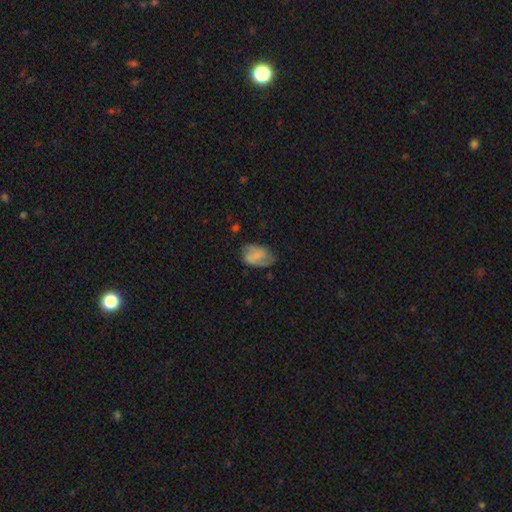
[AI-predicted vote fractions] Smooth or featured: smooth — 63% (featured or disk — 28%)
How rounded: in between — 87% (round — 11%)
Merging: none — 51% (minor disturbance — 32%)